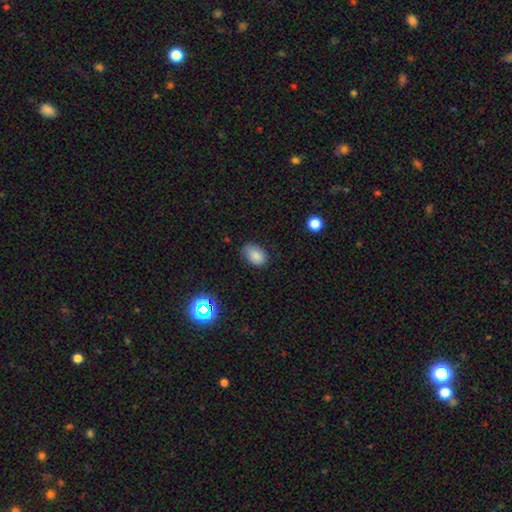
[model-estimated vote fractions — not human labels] Smooth or featured? Predicted: smooth (p=0.81). How rounded? Predicted: in between (p=0.84). Merging? Predicted: none (p=0.64).